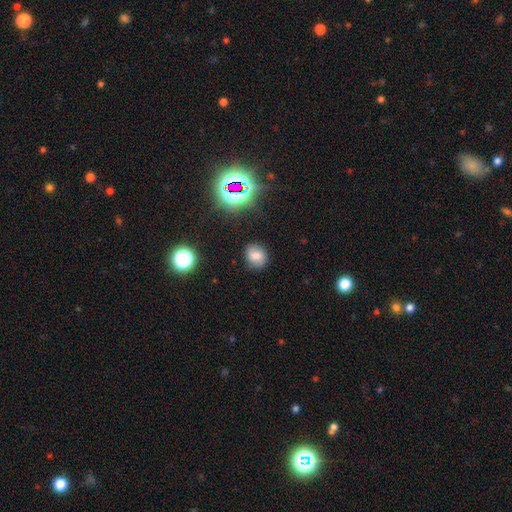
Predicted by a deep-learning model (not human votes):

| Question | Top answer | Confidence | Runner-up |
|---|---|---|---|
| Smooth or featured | smooth | 75% | star or artifact (16%) |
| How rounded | round | 60% | in between (39%) |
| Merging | none | 79% | minor disturbance (16%) |